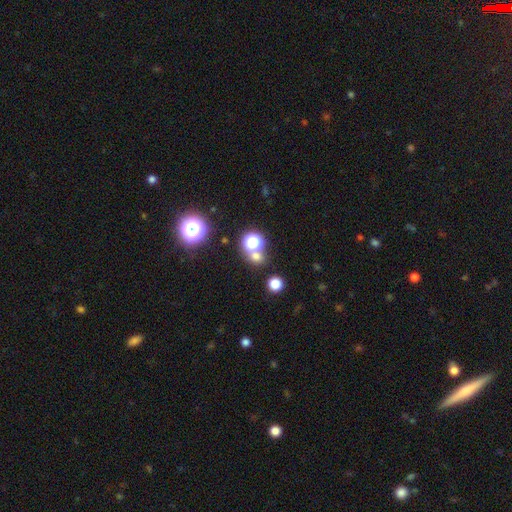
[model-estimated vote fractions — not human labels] smooth_or_featured: smooth (p=0.60) [alt: star or artifact p=0.31]
how_rounded: round (p=0.81) [alt: in between p=0.18]
merging: none (p=0.64) [alt: merger p=0.25]